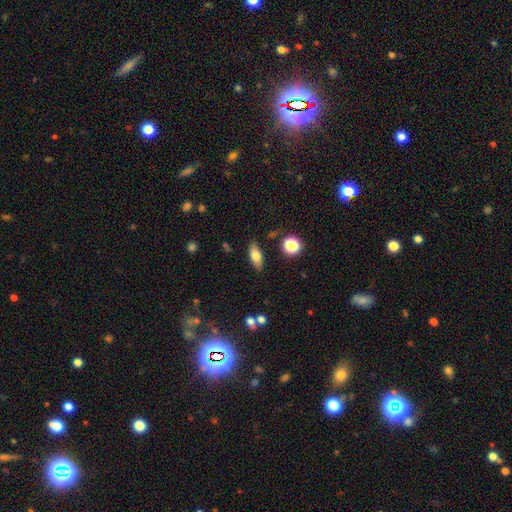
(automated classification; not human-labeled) Q: Smooth or featured?
A: smooth (69%); runner-up: featured or disk (22%)
Q: How rounded?
A: in between (77%); runner-up: cigar-shaped (18%)
Q: Merging?
A: none (85%); runner-up: minor disturbance (10%)